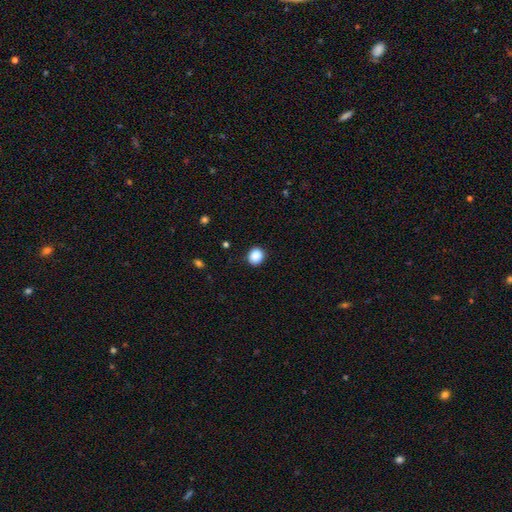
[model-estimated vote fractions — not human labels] The model was most divided on "how rounded": round: 78%, in between: 22%, cigar-shaped: 1%. More confident: merging — none (89%); smooth or featured — smooth (88%).